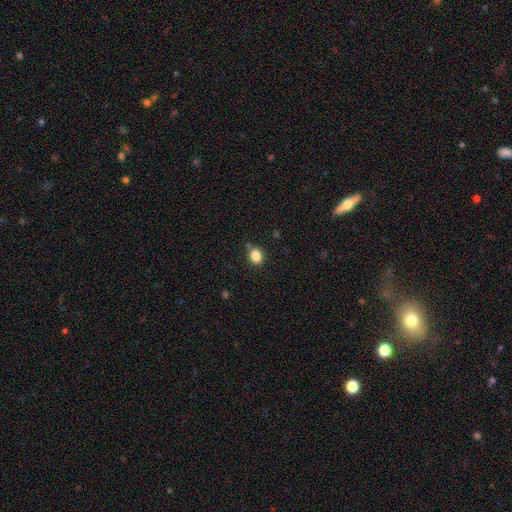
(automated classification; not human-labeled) This appears to be a smooth galaxy with no disk features (85%) that is in between round and cigar-shaped (59%). Merging: none (75%).